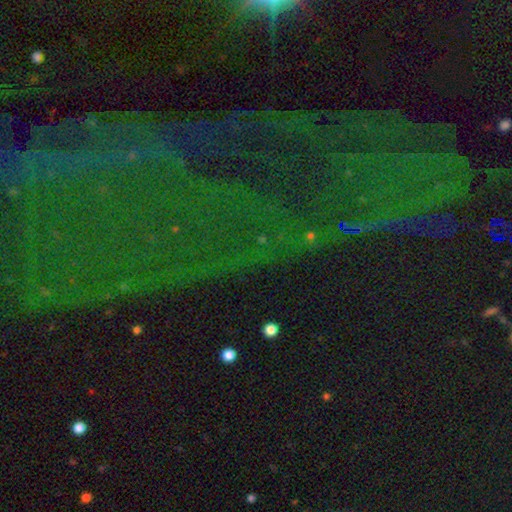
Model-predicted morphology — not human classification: Smooth or featured: star or artifact — 82% (smooth — 10%)